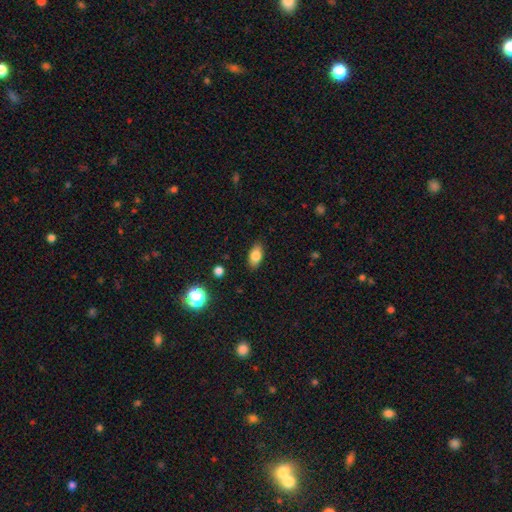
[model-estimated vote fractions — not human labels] A smooth galaxy with no disk features (81%) that is in between round and cigar-shaped (88%). Merging: none (87%).